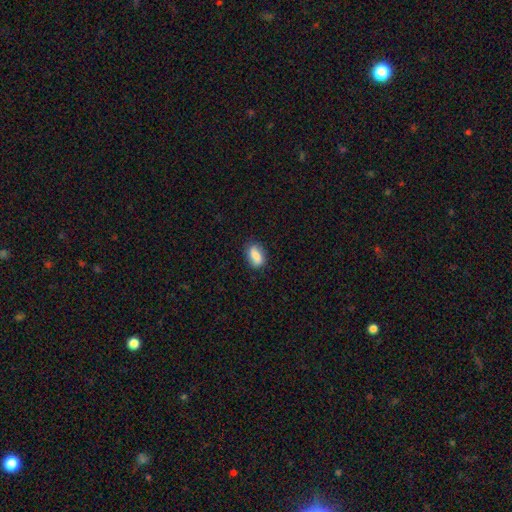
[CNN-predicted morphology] smooth 80%, featured or disk 12%, star or artifact 8%. Down the decision tree: how rounded — in between (85%); merging — none (81%).